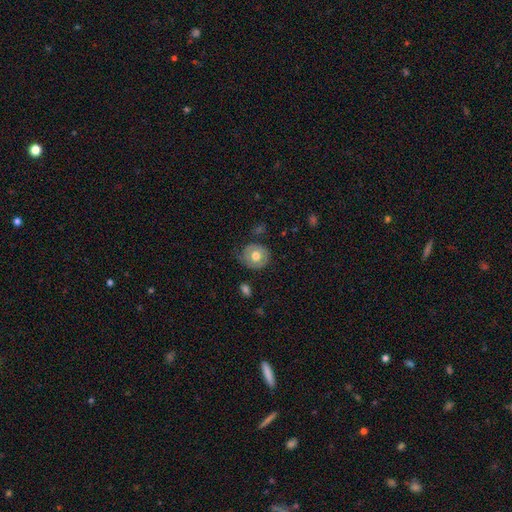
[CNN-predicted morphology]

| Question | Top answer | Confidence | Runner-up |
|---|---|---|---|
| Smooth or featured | smooth | 61% | featured or disk (32%) |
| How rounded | round | 78% | in between (21%) |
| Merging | none | 65% | minor disturbance (25%) |